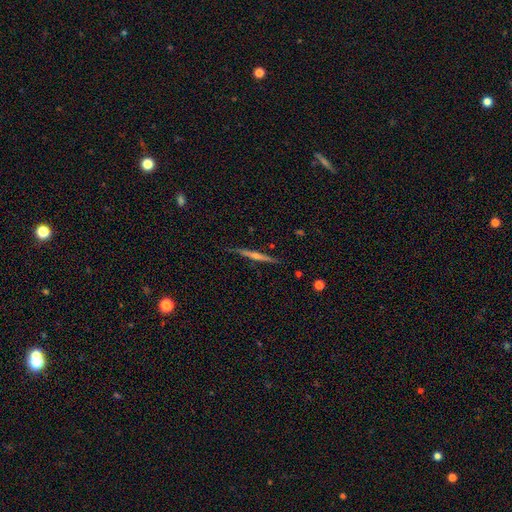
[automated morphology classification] A featured or disk galaxy (77%) viewed edge-on (98%) with a rounded central bulge (73%). Merging: none (89%).